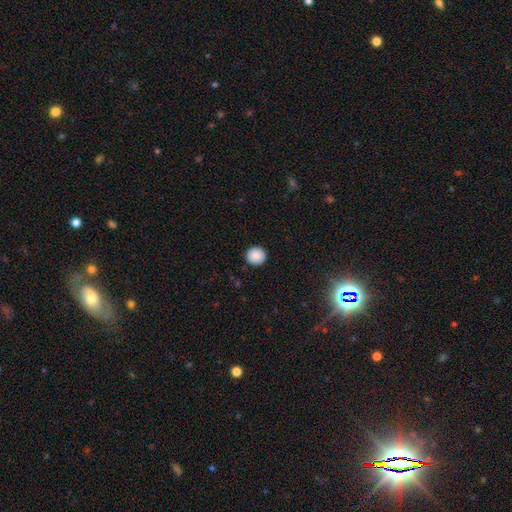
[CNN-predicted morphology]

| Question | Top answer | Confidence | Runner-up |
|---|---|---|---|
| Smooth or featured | smooth | 87% | star or artifact (8%) |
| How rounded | round | 94% | in between (5%) |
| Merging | none | 92% | minor disturbance (5%) |